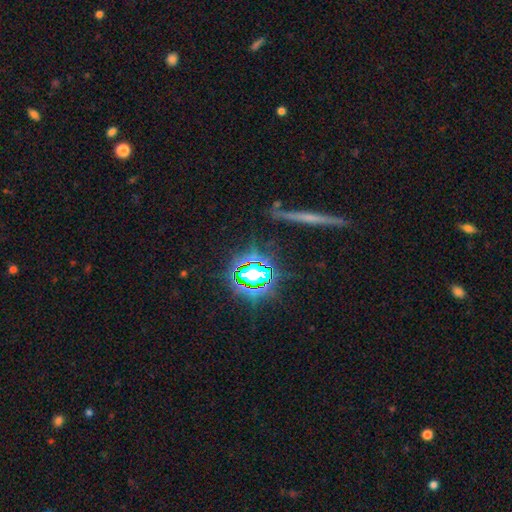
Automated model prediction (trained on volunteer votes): A star or artifact, not a galaxy (60%).